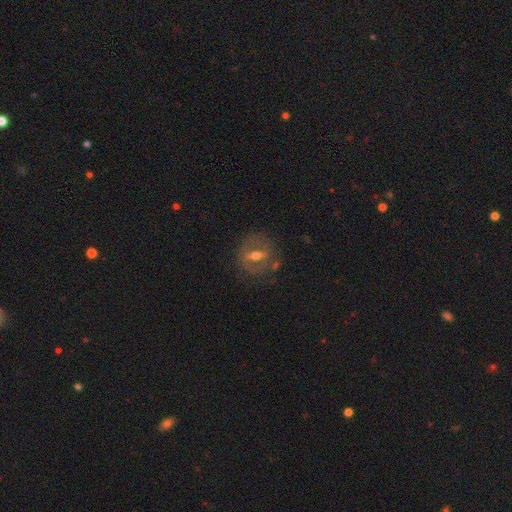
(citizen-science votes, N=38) This is likely a featured or disk galaxy (61%). It is likely not viewed edge-on (65%). Bar: possibly strong (47%). Spiral arm pattern: clearly no (93%). Central bulge: likely moderate (73%). Merging: clearly none (81%).